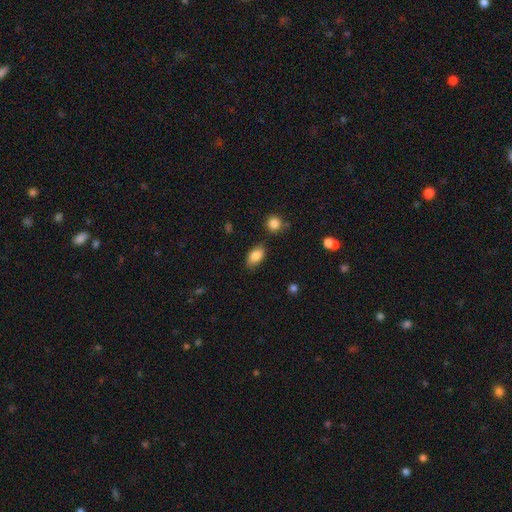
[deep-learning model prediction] Smooth or featured? smooth (85%)
How rounded? in between (90%)
Merging? none (79%)